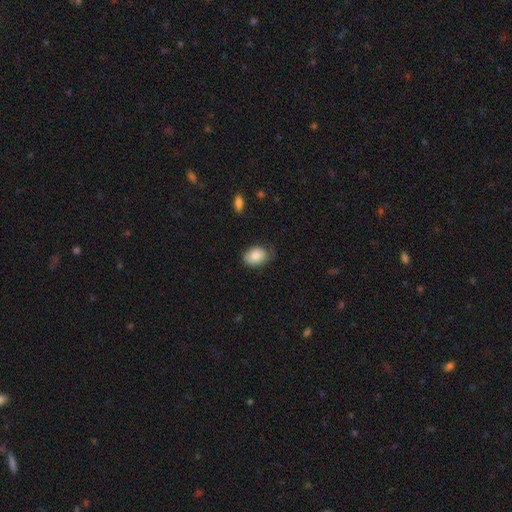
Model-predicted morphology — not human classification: Smooth or featured: smooth — 84% (featured or disk — 9%)
How rounded: in between — 79% (round — 20%)
Merging: none — 60% (minor disturbance — 31%)